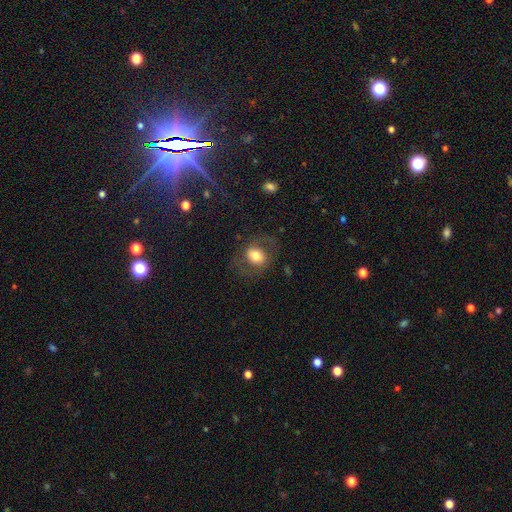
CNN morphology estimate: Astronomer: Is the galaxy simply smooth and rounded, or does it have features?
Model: smooth — 62%.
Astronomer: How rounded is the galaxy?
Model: round — 51% (runner-up: in between, 48%).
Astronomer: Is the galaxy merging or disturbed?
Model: none — 69%.